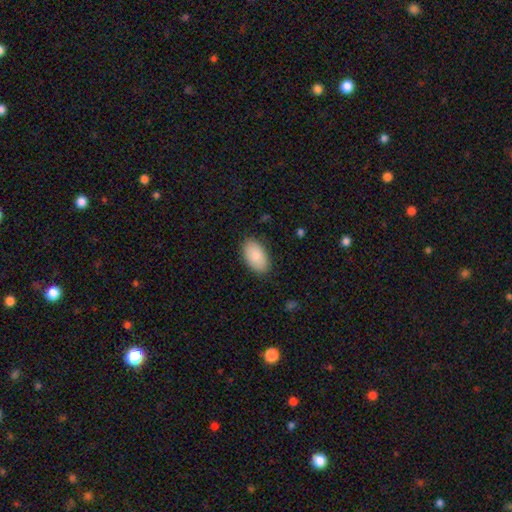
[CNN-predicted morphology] The model was most divided on "merging": none: 85%, minor disturbance: 11%, major disturbance: 2%, merger: 1%. More confident: how rounded — in between (95%); smooth or featured — smooth (85%).